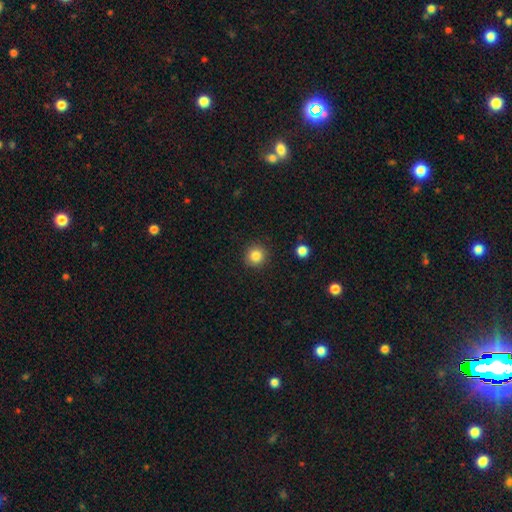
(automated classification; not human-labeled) smooth 85%, star or artifact 10%, featured or disk 5%. Down the decision tree: how rounded — round (93%); merging — none (91%).